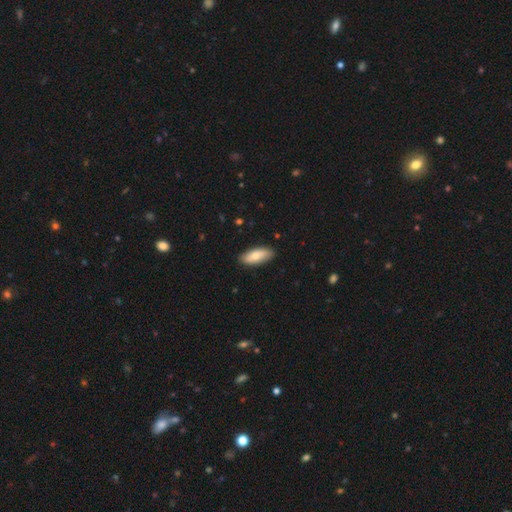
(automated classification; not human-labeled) Smooth or featured?
  - smooth: 77% *
  - featured or disk: 18%
  - star or artifact: 5%
How rounded?
  - in between: 77% *
  - cigar-shaped: 21%
  - round: 2%
Merging?
  - none: 87% *
  - minor disturbance: 10%
  - major disturbance: 2%
  - merger: 1%